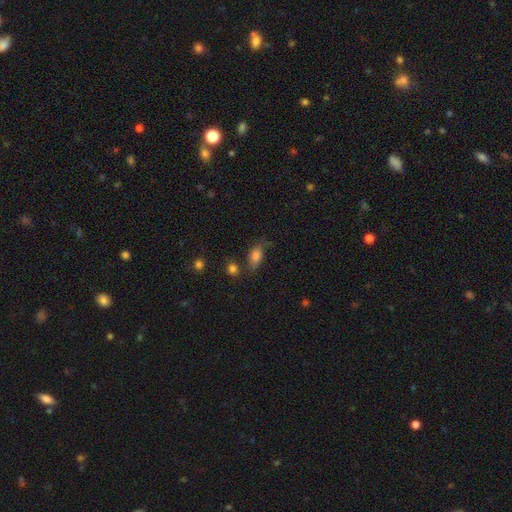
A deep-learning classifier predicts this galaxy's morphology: The model was most divided on "merging": none: 56%, minor disturbance: 25%, major disturbance: 11%, merger: 8%. More confident: how rounded — in between (85%); smooth or featured — smooth (78%).